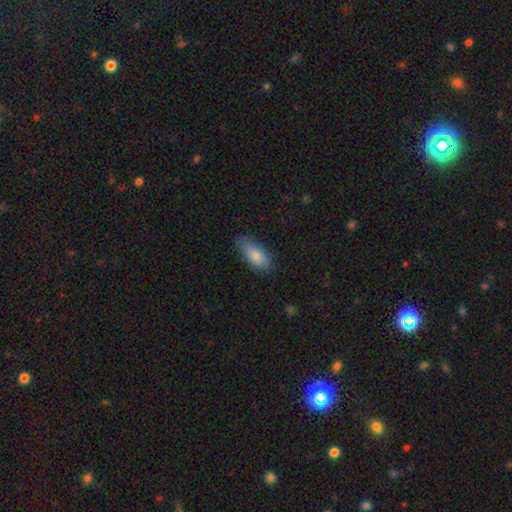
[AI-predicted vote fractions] Smooth or featured? smooth (82%)
How rounded? in between (83%)
Merging? none (73%)